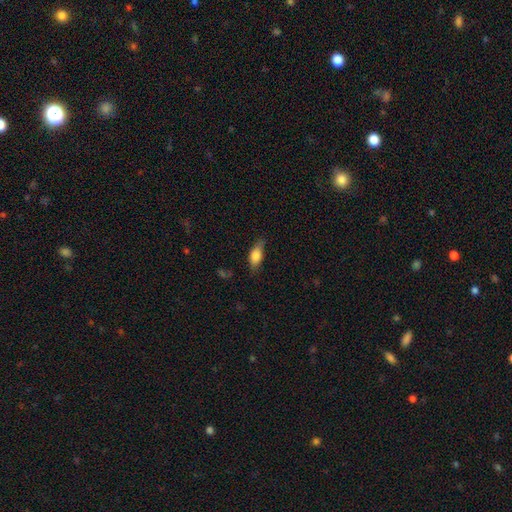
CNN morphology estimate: This is likely a smooth galaxy (76%). How rounded: likely in between (78%). Merging: likely none (63%).